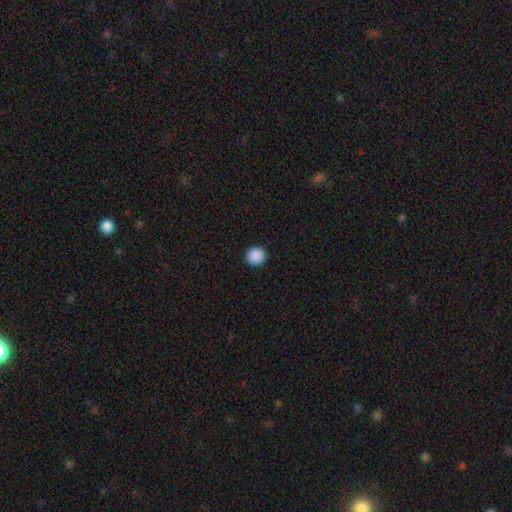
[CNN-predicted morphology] Smooth or featured?
  - smooth: 89% *
  - star or artifact: 9%
  - featured or disk: 2%
How rounded?
  - round: 92% *
  - in between: 7%
  - cigar-shaped: 1%
Merging?
  - none: 93% *
  - minor disturbance: 5%
  - major disturbance: 2%
  - merger: 1%